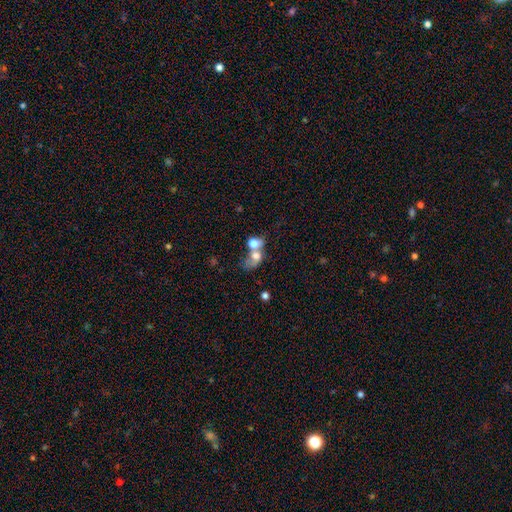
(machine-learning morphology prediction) Smooth or featured: smooth — 62% (featured or disk — 27%)
How rounded: in between — 55% (round — 43%)
Merging: merger — 74% (none — 10%)